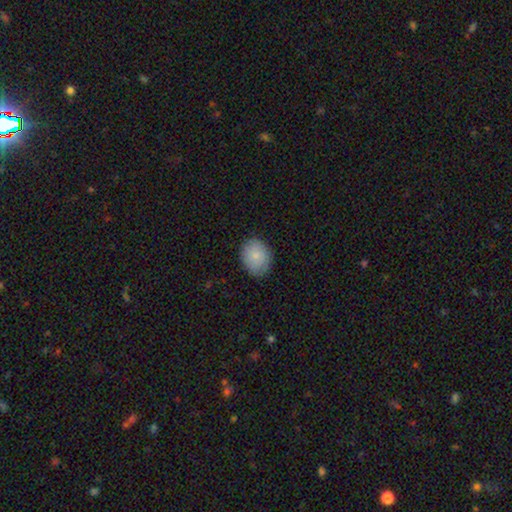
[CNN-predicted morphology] This is clearly a smooth galaxy (84%). How rounded: possibly in between (52%). Merging: clearly none (85%).